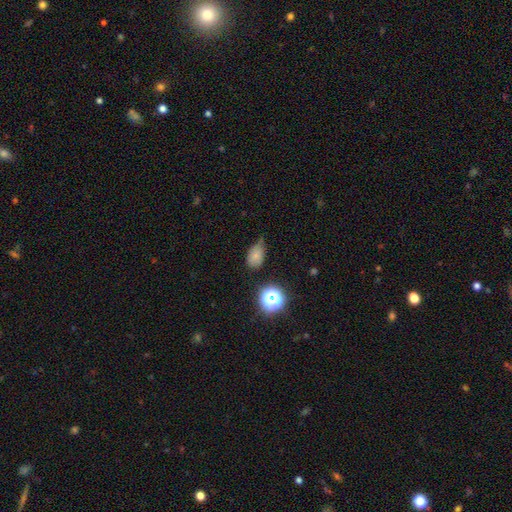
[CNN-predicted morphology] Smooth or featured: smooth — 73% (star or artifact — 16%)
How rounded: in between — 80% (round — 18%)
Merging: none — 50% (minor disturbance — 39%)